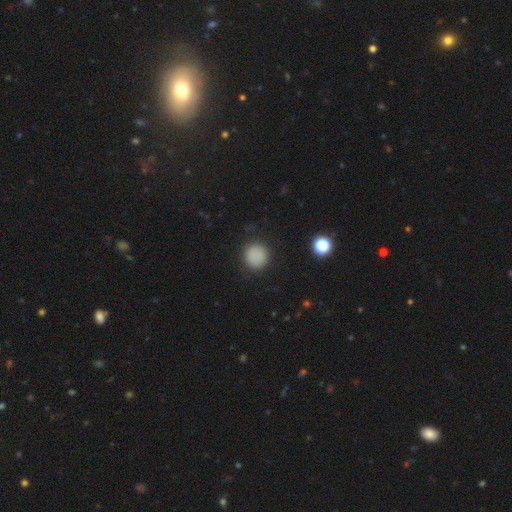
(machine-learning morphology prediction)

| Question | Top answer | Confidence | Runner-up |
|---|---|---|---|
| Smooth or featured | smooth | 84% | star or artifact (12%) |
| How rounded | round | 92% | in between (8%) |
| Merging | none | 87% | minor disturbance (9%) |